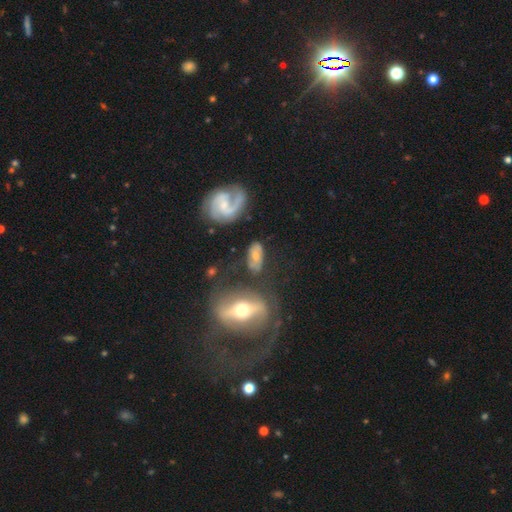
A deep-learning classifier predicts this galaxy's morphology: Overall: featured or disk (55%; smooth 36%). Edge-on disk: no (88%). Merging: none (60%).